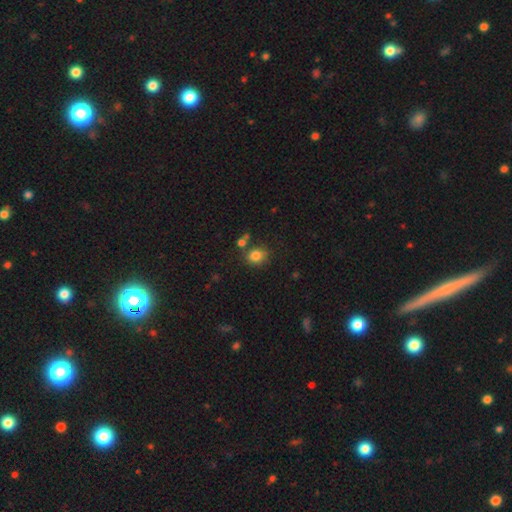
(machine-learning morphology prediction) smooth 83%, star or artifact 11%, featured or disk 6%. Down the decision tree: how rounded — round (61%); merging — none (70%).